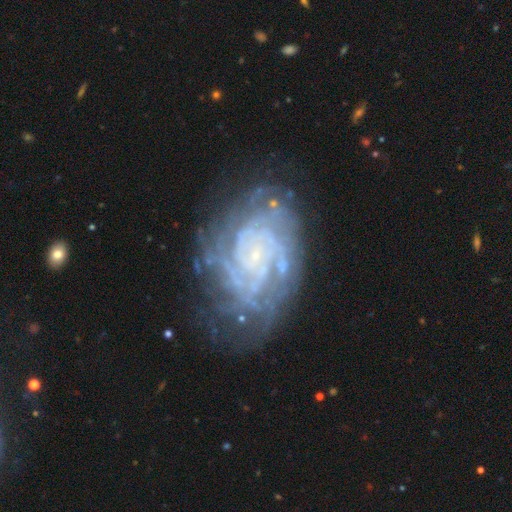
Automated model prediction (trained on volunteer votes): smooth-or-featured: featured or disk: 88% | star or artifact: 6% | smooth: 6%
  disk-edge-on: no: 97% | yes: 3%
    bar: no: 71% | weak: 21% | strong: 7%
    has-spiral-arms: yes: 97% | no: 3%
      spiral-winding: tight: 77% | medium: 19% | loose: 4%
      spiral-arm-count: can't tell: 29% | 4: 18% | 2: 17% | 3: 15% | more than 4: 14% | 1: 8%
    bulge-size: small: 79% | none: 12% | moderate: 6% | large: 1% | dominant: 1%
  merging: none: 67% | minor disturbance: 20% | major disturbance: 10% | merger: 3%